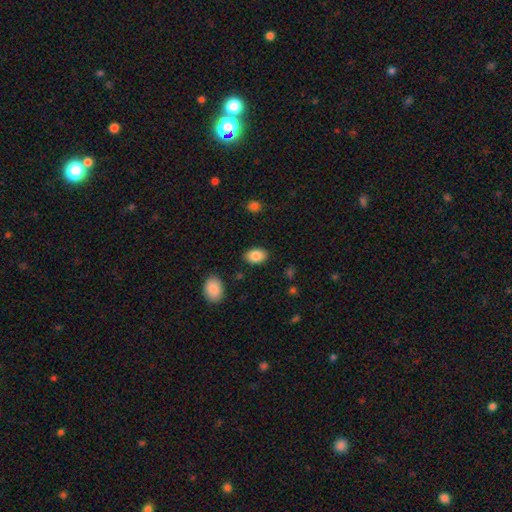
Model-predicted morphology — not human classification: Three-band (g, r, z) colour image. It shows a smooth galaxy with no disk features (86%) that is in between round and cigar-shaped (87%). Merging: none (86%).